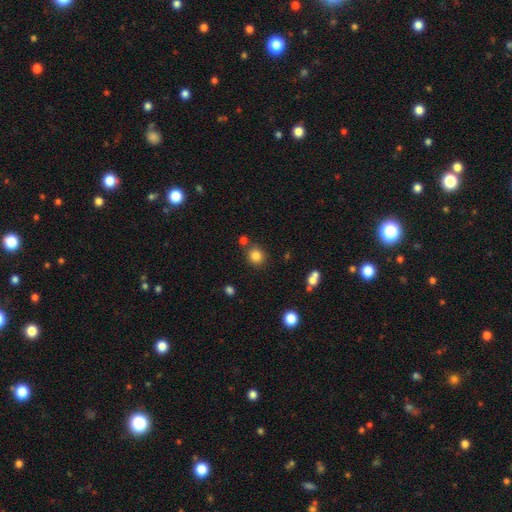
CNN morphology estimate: type=smooth (83%); roundness=round (85%); merging=none (77%).